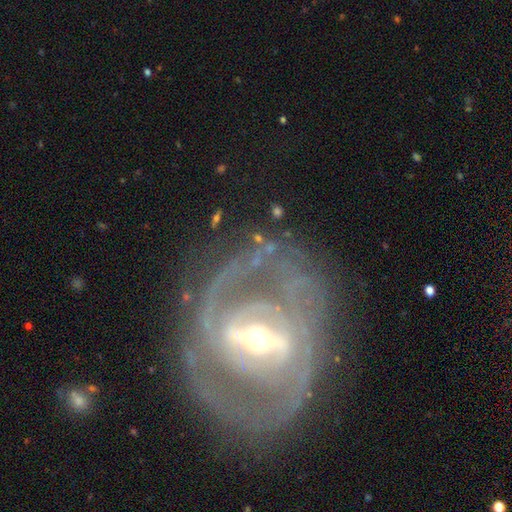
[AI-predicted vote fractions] The model was most divided on "spiral arm count": 2: 47%, can't tell: 23%, 3: 14%, 4: 6%, 1: 5%, more than 4: 5%. More confident: edge-on disk — no (95%); spiral arms — yes (89%); smooth or featured — featured or disk (87%); merging — none (72%); bar — strong (62%); spiral winding — tight (60%); bulge size — moderate (57%).